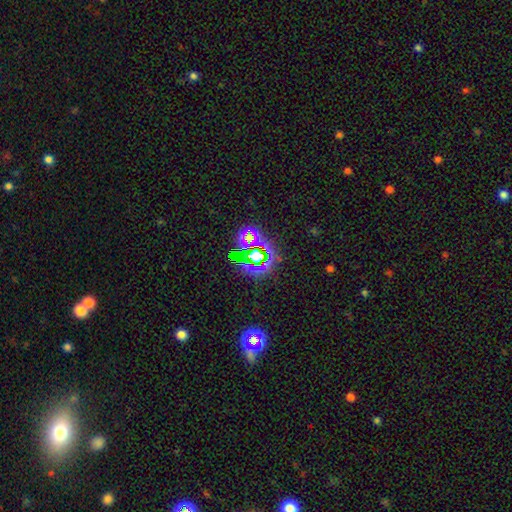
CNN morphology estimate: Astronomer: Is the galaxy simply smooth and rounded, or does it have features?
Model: star or artifact — 70%.